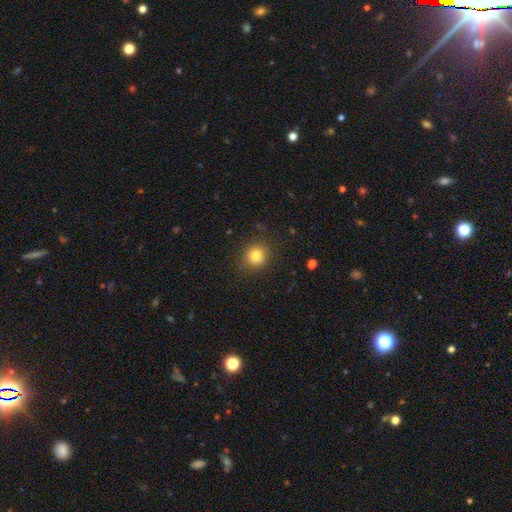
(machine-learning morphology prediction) type=smooth (81%); roundness=round (86%); merging=none (84%).